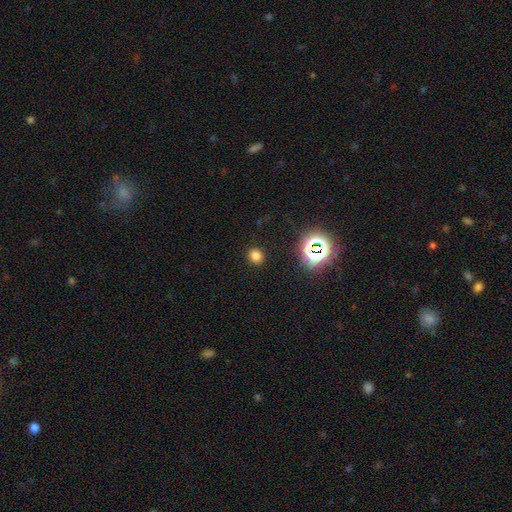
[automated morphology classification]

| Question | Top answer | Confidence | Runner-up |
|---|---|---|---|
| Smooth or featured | smooth | 75% | star or artifact (20%) |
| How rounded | round | 77% | in between (22%) |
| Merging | none | 90% | minor disturbance (6%) |